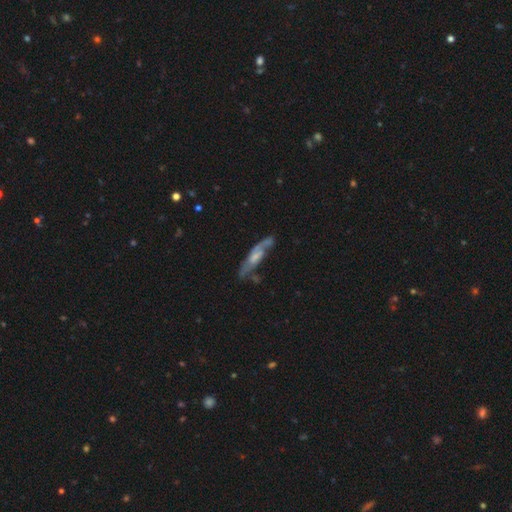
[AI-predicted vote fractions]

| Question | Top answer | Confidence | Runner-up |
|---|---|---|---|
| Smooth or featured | featured or disk | 65% | smooth (28%) |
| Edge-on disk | no | 67% | yes (33%) |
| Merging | none | 54% | minor disturbance (24%) |